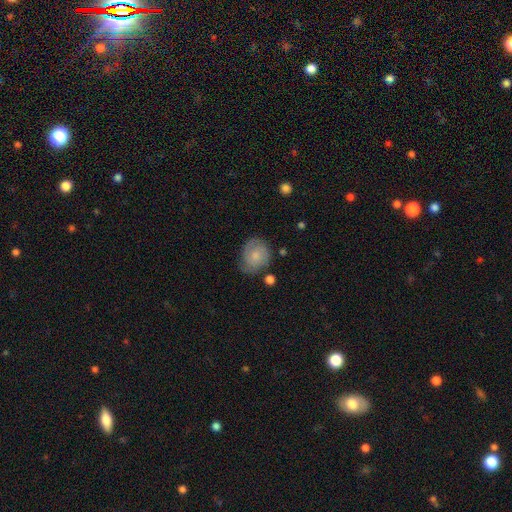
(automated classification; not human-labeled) A smooth galaxy with no disk features (61%) that is round (68%).

Vote fractions:
- Smooth or featured? smooth: 61% / featured or disk: 32% / star or artifact: 7%
- How rounded? round: 68% / in between: 31% / cigar-shaped: 1%
- Merging? none: 60% / minor disturbance: 27% / major disturbance: 8% / merger: 4%